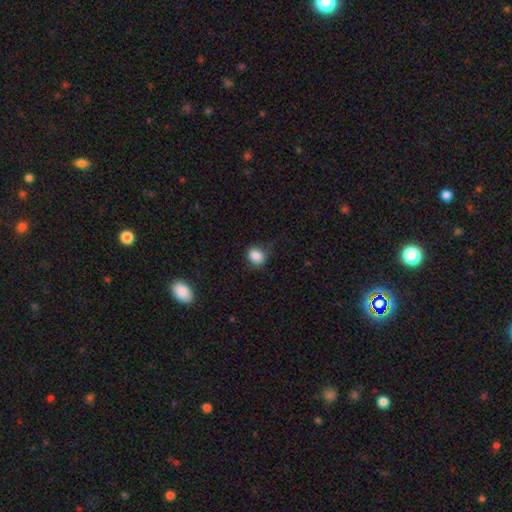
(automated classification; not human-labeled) Smooth or featured: smooth — 86% (star or artifact — 10%)
How rounded: round — 63% (in between — 36%)
Merging: none — 76% (minor disturbance — 19%)